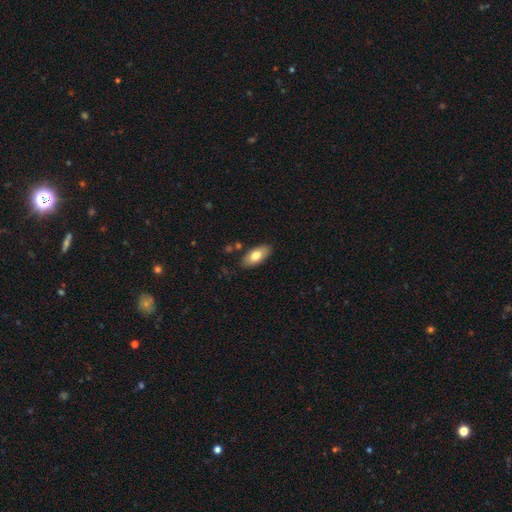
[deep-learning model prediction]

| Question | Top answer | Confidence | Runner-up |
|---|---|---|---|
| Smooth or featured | smooth | 75% | featured or disk (18%) |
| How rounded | in between | 90% | cigar-shaped (7%) |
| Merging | none | 84% | minor disturbance (11%) |